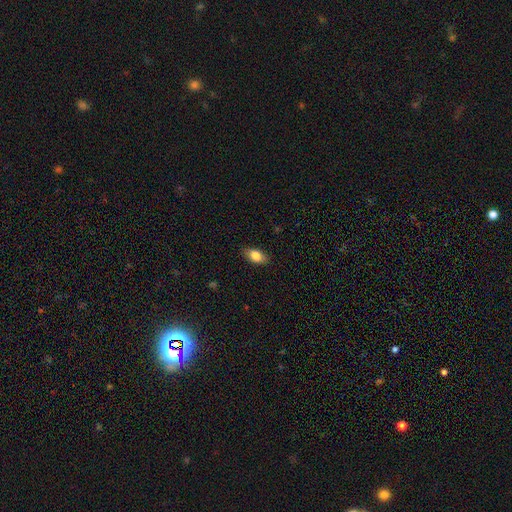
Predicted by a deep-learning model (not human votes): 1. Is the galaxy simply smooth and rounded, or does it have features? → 83% smooth, 10% featured or disk, 7% star or artifact.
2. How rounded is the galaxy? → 89% in between, 6% round, 5% cigar-shaped.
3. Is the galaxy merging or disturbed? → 86% none, 11% minor disturbance, 2% major disturbance, 1% merger.